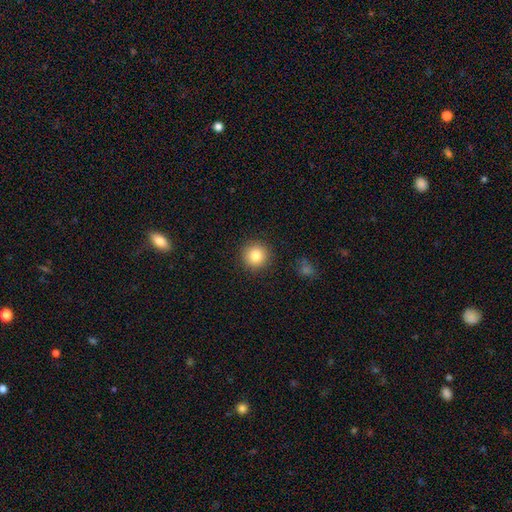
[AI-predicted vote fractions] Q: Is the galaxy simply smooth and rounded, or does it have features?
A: smooth — 83%.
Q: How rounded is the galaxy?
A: round — 95%.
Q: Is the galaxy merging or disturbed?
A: none — 91%.